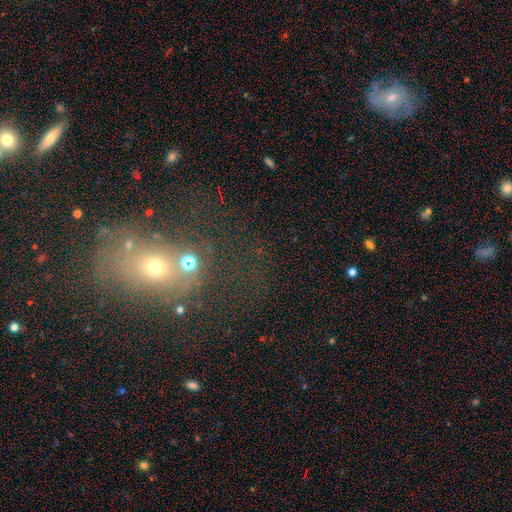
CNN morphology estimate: Q: Smooth or featured?
A: smooth (42%); runner-up: star or artifact (34%)
Q: Merging?
A: none (35%); tied with: merger (35%)